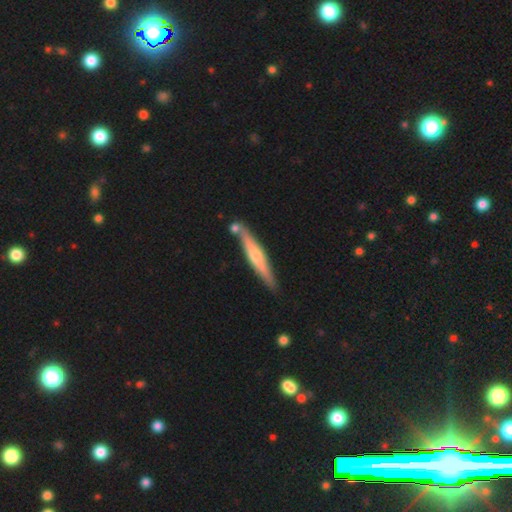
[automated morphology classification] A featured or disk galaxy (59%) viewed edge-on (95%) with a rounded central bulge (79%).

Vote fractions:
- Smooth or featured? featured or disk: 59% / smooth: 36% / star or artifact: 5%
- Edge-on disk? yes: 95% / no: 5%
- Edge-on bulge? rounded: 79% / none: 13% / boxy: 7%
- Merging? none: 76% / minor disturbance: 11% / merger: 11% / major disturbance: 2%